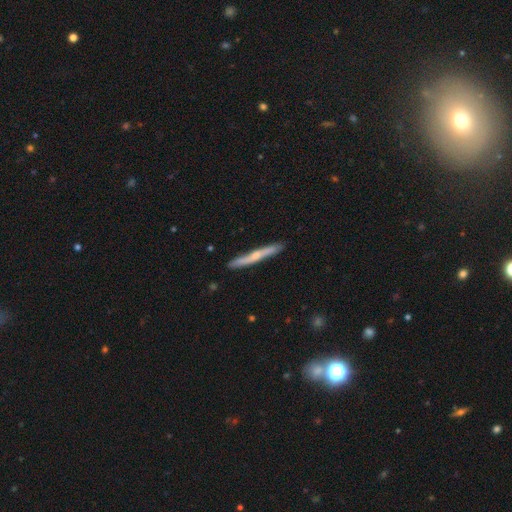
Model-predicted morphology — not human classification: Smooth or featured? featured or disk (53%)
Edge-on disk? yes (94%)
Merging? none (88%)